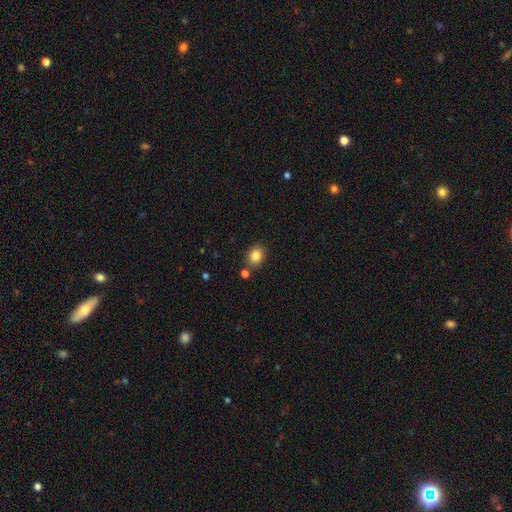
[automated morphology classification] A smooth galaxy with no disk features (84%) that is round (57%). Merging: none (80%).